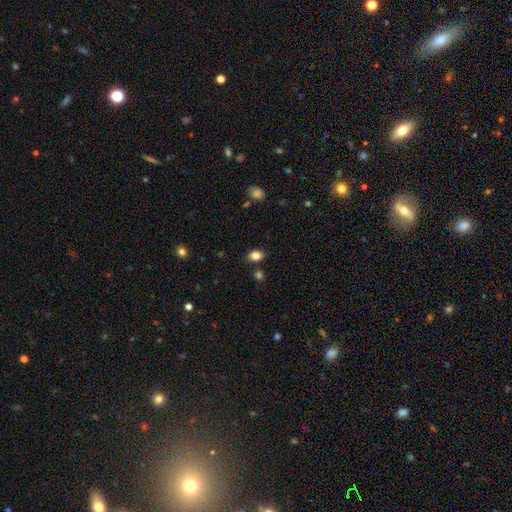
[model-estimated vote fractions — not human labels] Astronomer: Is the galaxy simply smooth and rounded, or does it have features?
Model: smooth — 84%.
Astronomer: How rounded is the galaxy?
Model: in between — 77%.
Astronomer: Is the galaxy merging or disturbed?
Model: none — 83%.